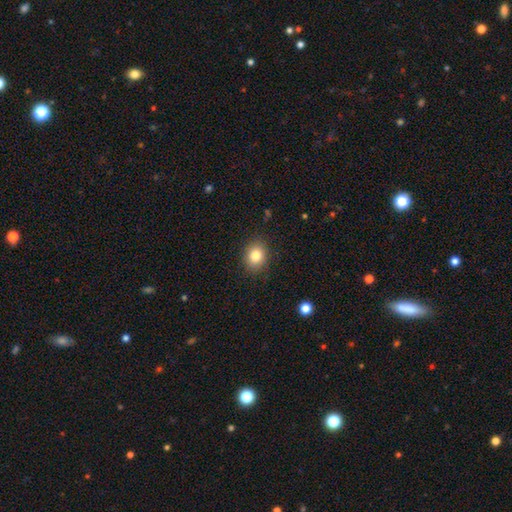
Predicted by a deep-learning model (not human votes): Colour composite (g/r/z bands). It shows a smooth galaxy with no disk features (83%) that is round (54%). Merging: none (87%).